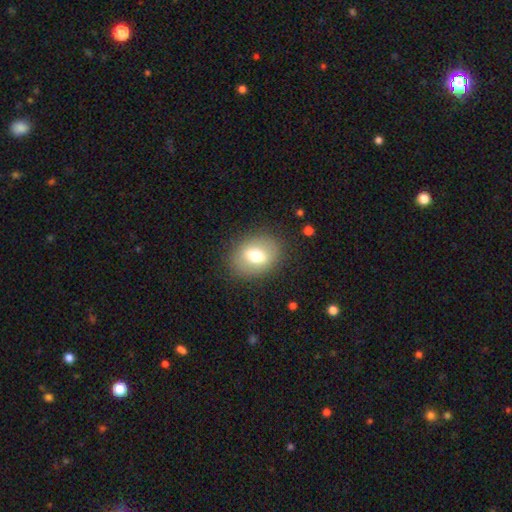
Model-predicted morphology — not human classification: Q: Smooth or featured?
A: smooth (65%); runner-up: featured or disk (26%)
Q: How rounded?
A: in between (58%); runner-up: round (41%)
Q: Merging?
A: none (84%); runner-up: minor disturbance (10%)